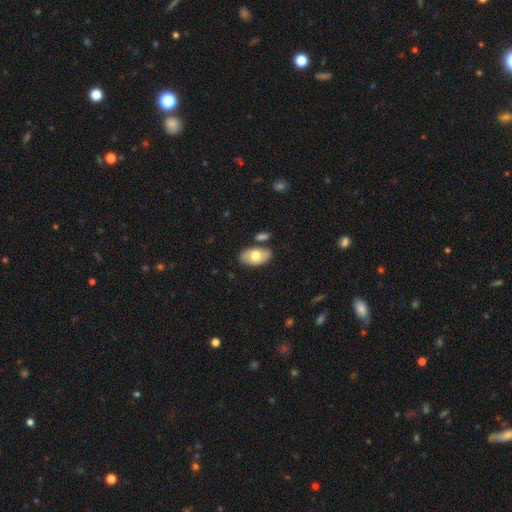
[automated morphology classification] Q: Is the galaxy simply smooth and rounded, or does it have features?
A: smooth — 66%.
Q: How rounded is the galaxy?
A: in between — 93%.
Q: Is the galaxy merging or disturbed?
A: none — 76%.